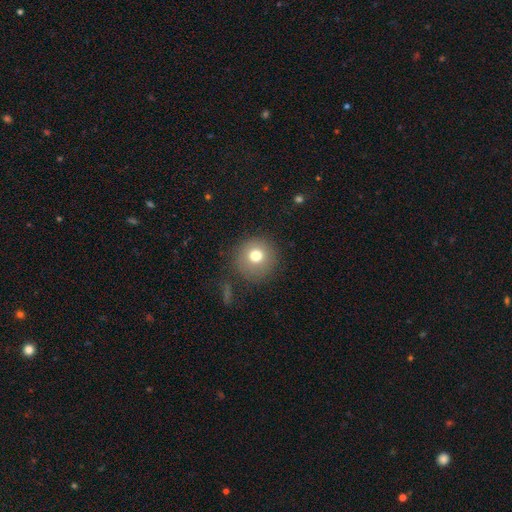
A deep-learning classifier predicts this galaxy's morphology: Smooth or featured?
  - smooth: 75% *
  - featured or disk: 13%
  - star or artifact: 12%
How rounded?
  - round: 94% *
  - in between: 5%
  - cigar-shaped: 1%
Merging?
  - none: 84% *
  - minor disturbance: 10%
  - major disturbance: 5%
  - merger: 2%